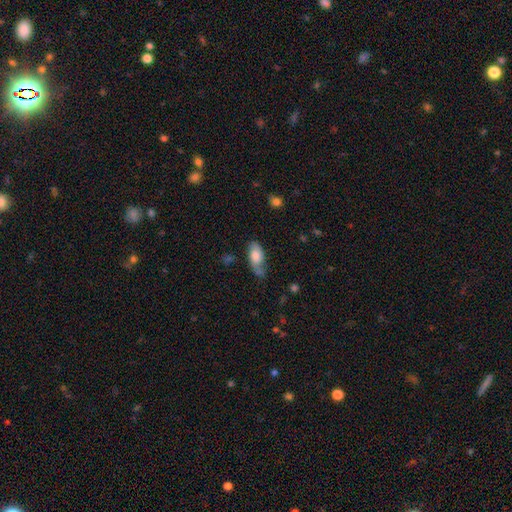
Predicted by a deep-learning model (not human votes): This is likely a smooth galaxy (68%). How rounded: clearly in between (87%). Merging: possibly none (52%).